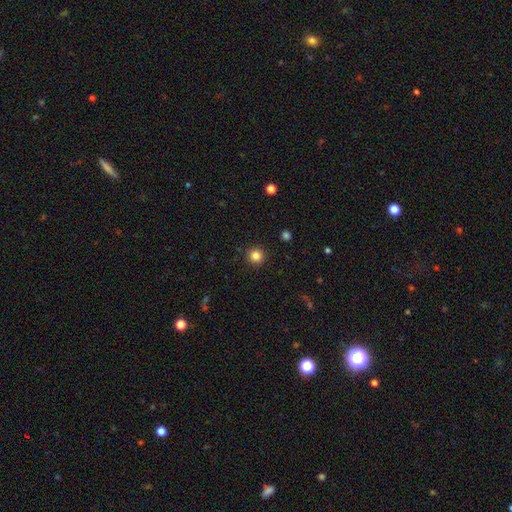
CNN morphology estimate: Smooth or featured? Predicted: smooth (p=0.84). How rounded? Predicted: round (p=0.95). Merging? Predicted: none (p=0.92).